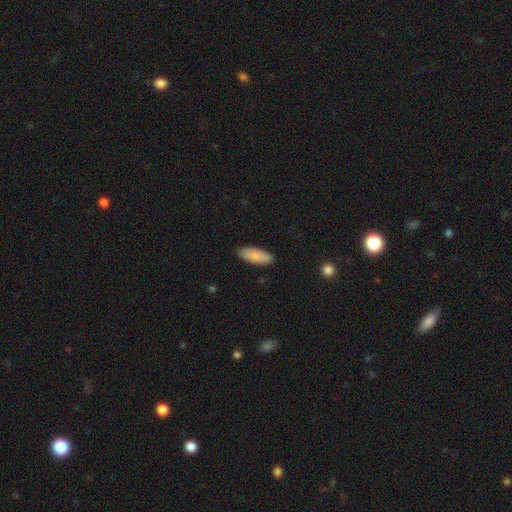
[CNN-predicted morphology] Overall: smooth (86%). How rounded: in between (76%). Merging: none (88%).